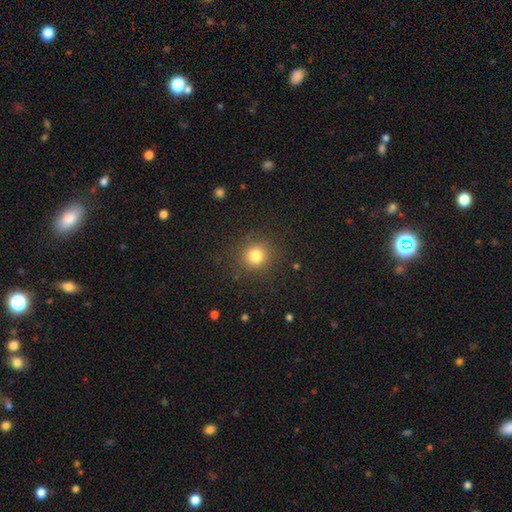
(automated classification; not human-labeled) A smooth galaxy with no disk features (81%) that is round (89%).

Vote fractions:
- Smooth or featured? smooth: 81% / star or artifact: 13% / featured or disk: 6%
- How rounded? round: 89% / in between: 10% / cigar-shaped: 1%
- Merging? none: 87% / minor disturbance: 8% / major disturbance: 4% / merger: 1%